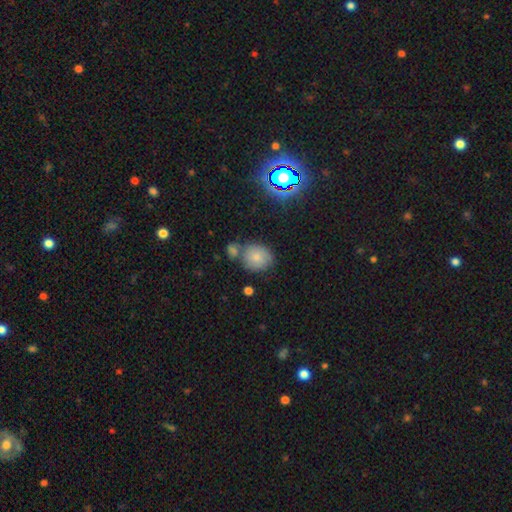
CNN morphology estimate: smooth_or_featured: smooth (p=0.71) [alt: featured or disk p=0.15]
how_rounded: round (p=0.73) [alt: in between p=0.26]
merging: none (p=0.55) [alt: merger p=0.24]